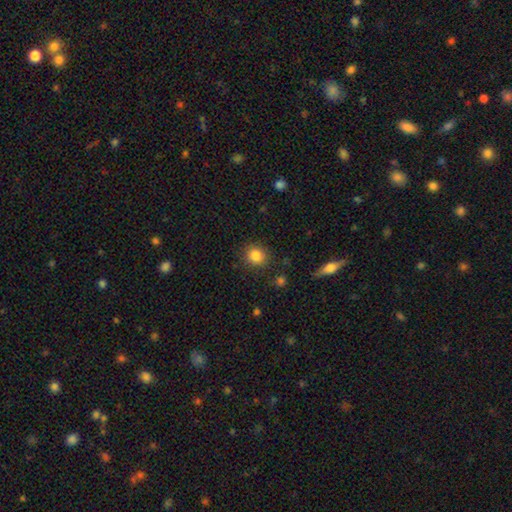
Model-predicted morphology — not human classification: Overall: smooth (85%). How rounded: round (80%). Merging: none (86%).